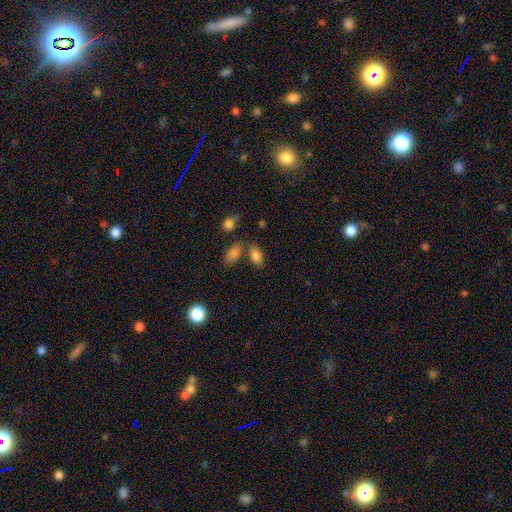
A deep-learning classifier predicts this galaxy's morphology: Smooth or featured? smooth (82%)
How rounded? in between (88%)
Merging? none (60%)